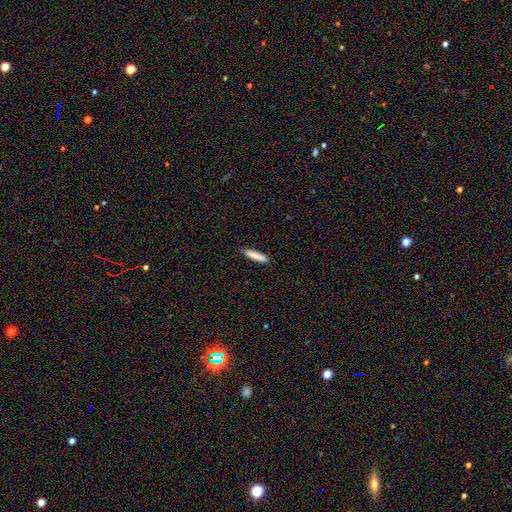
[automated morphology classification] This appears to be a smooth galaxy with no disk features (84%) that is cigar-shaped (85%). Merging: none (89%).